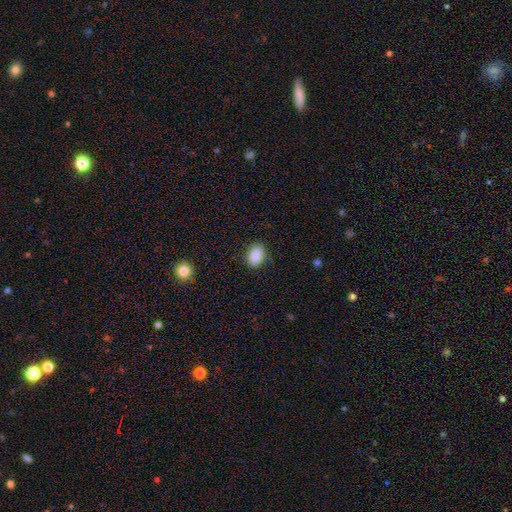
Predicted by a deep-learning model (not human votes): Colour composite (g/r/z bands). It shows a smooth galaxy with no disk features (89%) that is in between round and cigar-shaped (81%). Merging: none (86%).